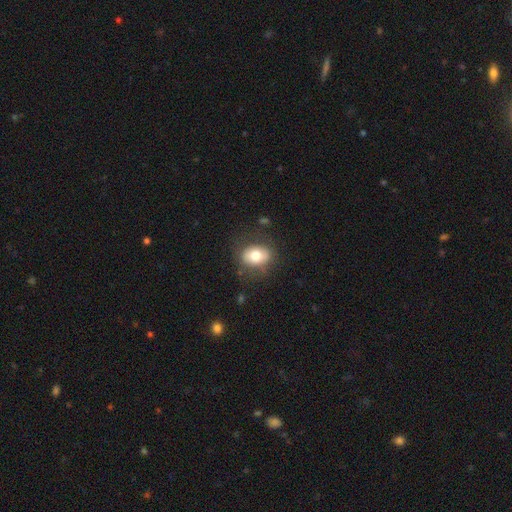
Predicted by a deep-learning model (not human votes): The model was most divided on "how rounded": in between: 70%, round: 28%, cigar-shaped: 1%. More confident: merging — none (76%); smooth or featured — smooth (73%).